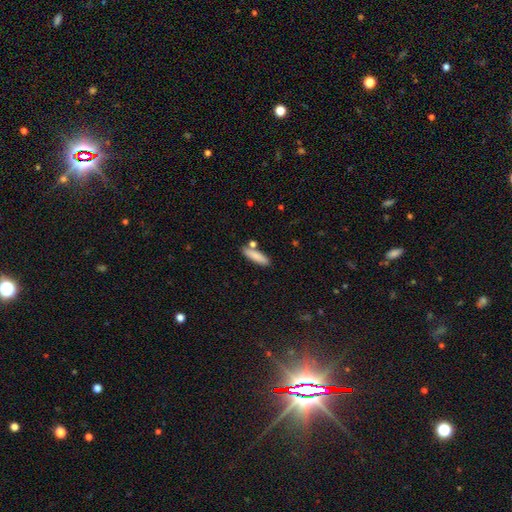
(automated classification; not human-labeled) Overall: smooth (84%). How rounded: cigar-shaped (68%; in between 30%). Merging: none (78%).